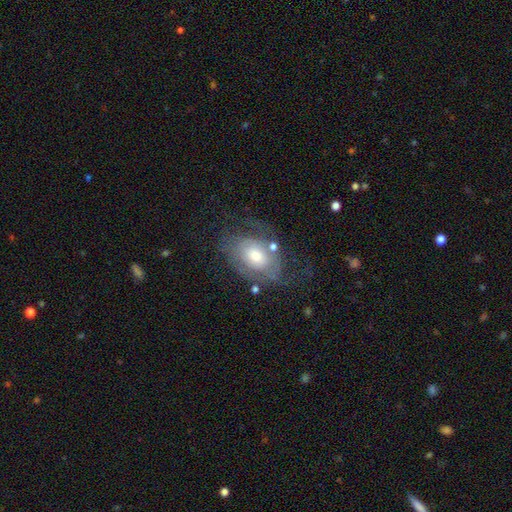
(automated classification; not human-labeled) This appears to be a featured or disk galaxy (65%) with no bar (74%), spiral arms (74%) and a moderate central bulge (60%). Merging: none (49%).